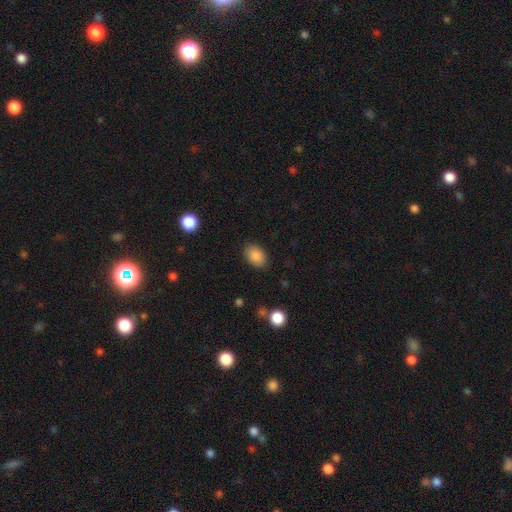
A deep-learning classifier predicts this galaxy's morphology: Smooth or featured? smooth (87%)
How rounded? in between (79%)
Merging? none (86%)